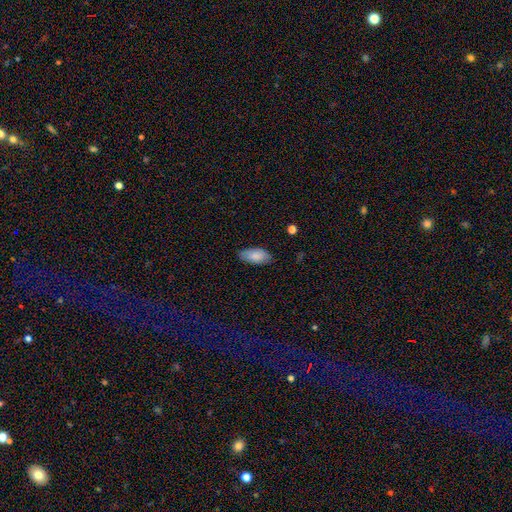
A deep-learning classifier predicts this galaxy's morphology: Overall: smooth (84%). How rounded: in between (93%). Merging: none (80%).